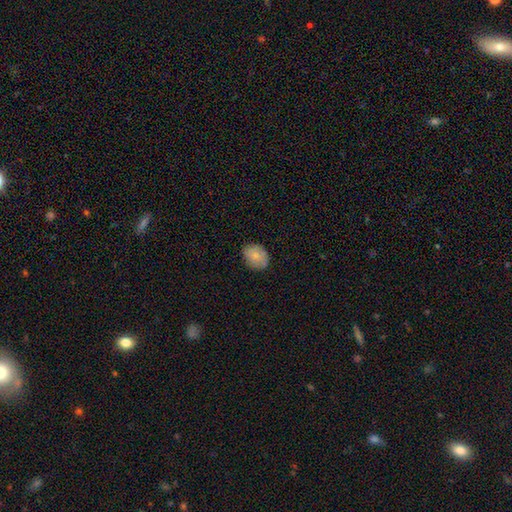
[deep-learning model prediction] Q: Smooth or featured?
A: smooth (80%); runner-up: featured or disk (12%)
Q: How rounded?
A: in between (61%); runner-up: round (38%)
Q: Merging?
A: none (81%); runner-up: minor disturbance (15%)